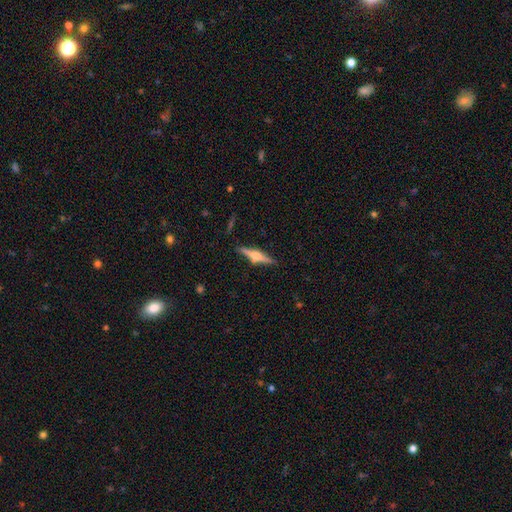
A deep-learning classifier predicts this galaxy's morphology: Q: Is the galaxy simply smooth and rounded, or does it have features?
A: featured or disk — 70%.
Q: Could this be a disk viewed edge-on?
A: yes — 98%.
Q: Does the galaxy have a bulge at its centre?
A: rounded — 92%.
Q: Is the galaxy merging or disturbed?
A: none — 88%.